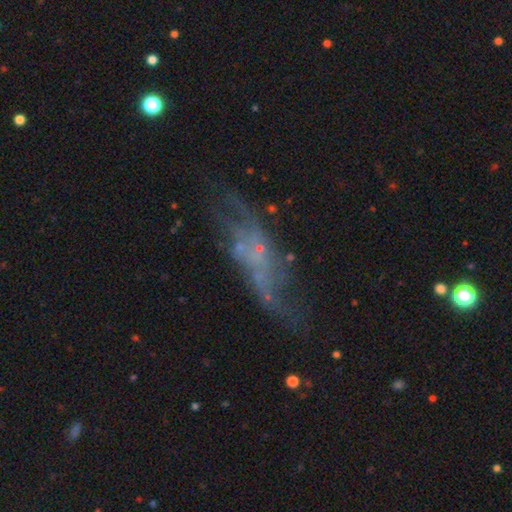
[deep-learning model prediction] Smooth or featured?
  - featured or disk: 60% *
  - smooth: 24%
  - star or artifact: 15%
Edge-on disk?
  - no: 78% *
  - yes: 22%
Merging?
  - none: 49% *
  - major disturbance: 23%
  - minor disturbance: 22%
  - merger: 6%